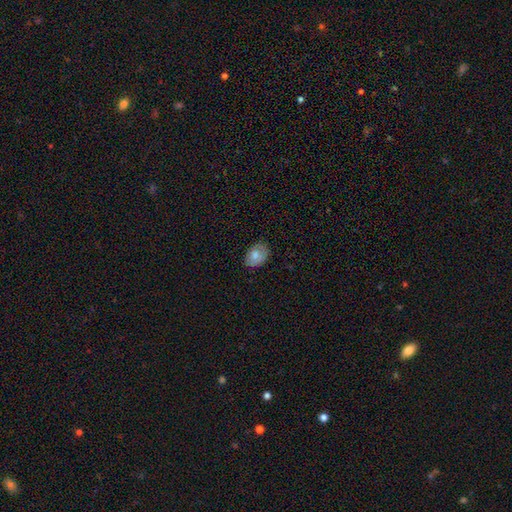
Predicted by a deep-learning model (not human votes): This appears to be a smooth galaxy with no disk features (74%) that is in between round and cigar-shaped (76%). Merging: none (78%).